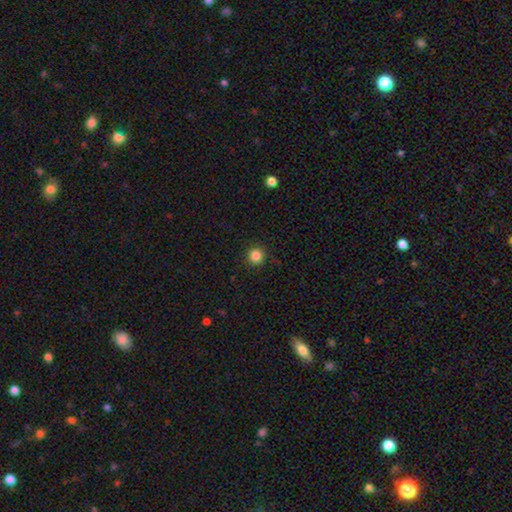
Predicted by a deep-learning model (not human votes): This appears to be a smooth galaxy with no disk features (84%) that is round (95%). Merging: none (91%).